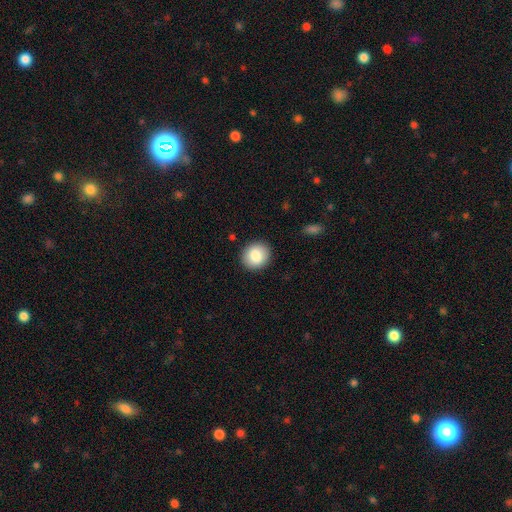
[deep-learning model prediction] A smooth galaxy with no disk features (85%) that is round (81%). Merging: none (90%).